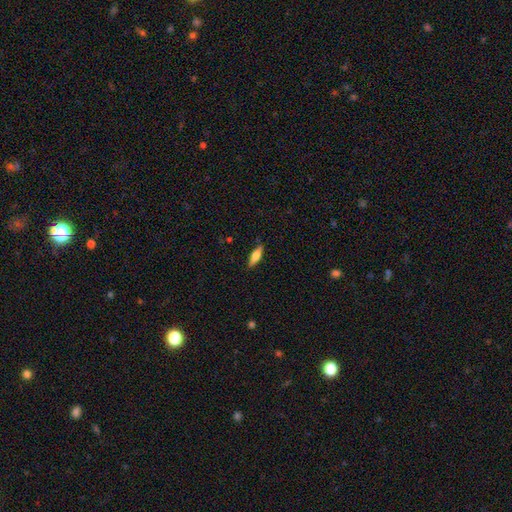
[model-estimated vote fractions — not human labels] Smooth or featured? smooth (61%)
How rounded? cigar-shaped (49%)
Merging? none (86%)